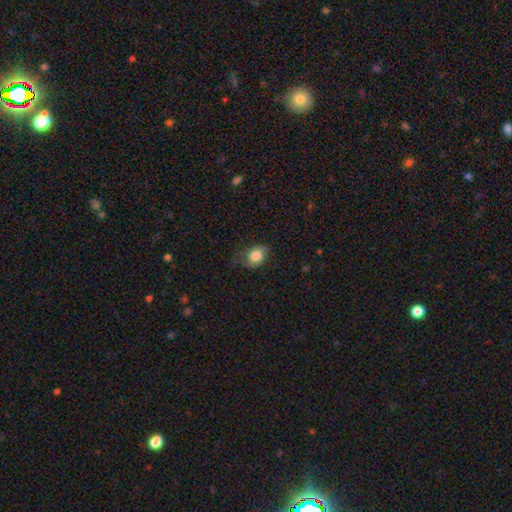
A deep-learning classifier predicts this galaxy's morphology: type=smooth (83%); roundness=in between (67%); merging=none (60%).